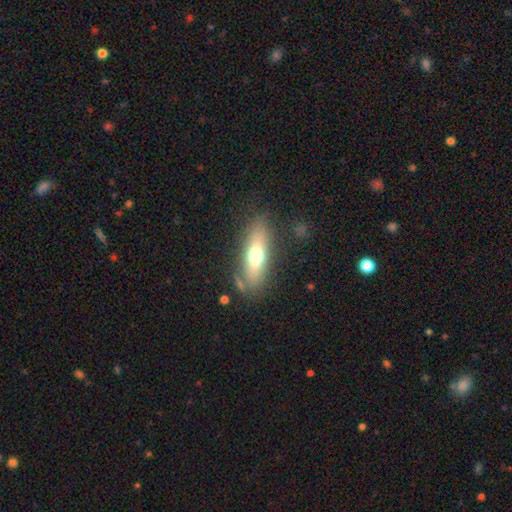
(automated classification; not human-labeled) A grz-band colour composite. It shows a smooth galaxy with no disk features (62%) that is in between round and cigar-shaped (56%). Merging: none (78%).